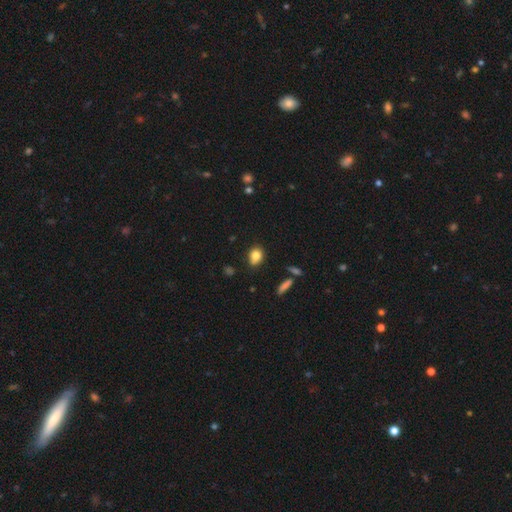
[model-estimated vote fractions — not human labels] Smooth or featured?
  - smooth: 81% *
  - star or artifact: 10%
  - featured or disk: 8%
How rounded?
  - in between: 50% *
  - round: 48%
  - cigar-shaped: 2%
Merging?
  - none: 71% *
  - minor disturbance: 20%
  - merger: 4%
  - major disturbance: 4%